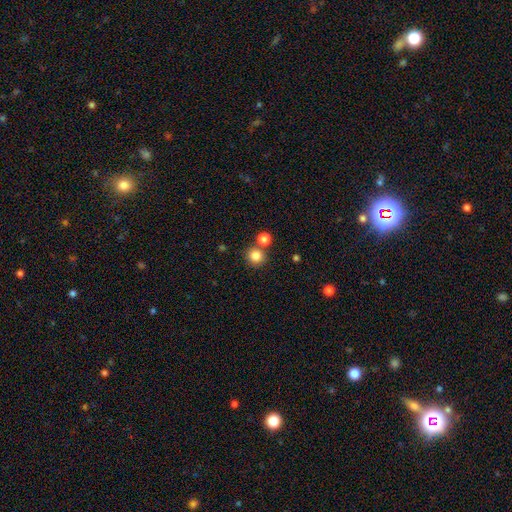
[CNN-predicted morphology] The model was most divided on "merging": none: 71%, merger: 18%, minor disturbance: 8%, major disturbance: 3%. More confident: how rounded — round (91%); smooth or featured — smooth (83%).